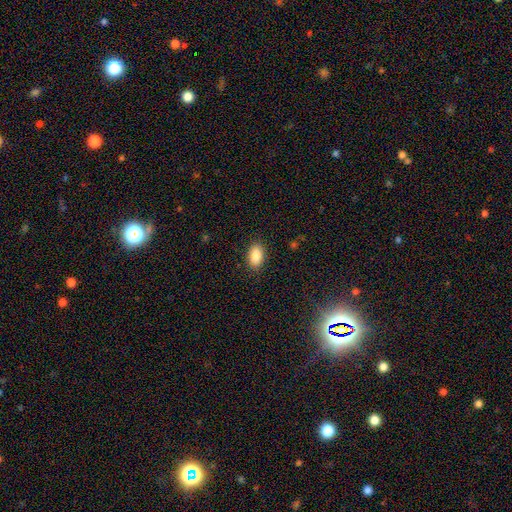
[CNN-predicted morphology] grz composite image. It shows a smooth galaxy with no disk features (88%) that is in between round and cigar-shaped (92%). Merging: none (88%).